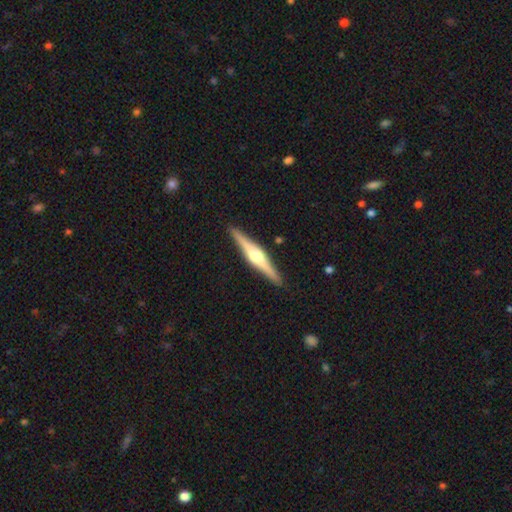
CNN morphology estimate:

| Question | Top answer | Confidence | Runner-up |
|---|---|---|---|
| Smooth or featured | featured or disk | 78% | smooth (17%) |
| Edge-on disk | yes | 98% | no (2%) |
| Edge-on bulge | rounded | 91% | boxy (6%) |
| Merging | none | 91% | minor disturbance (6%) |